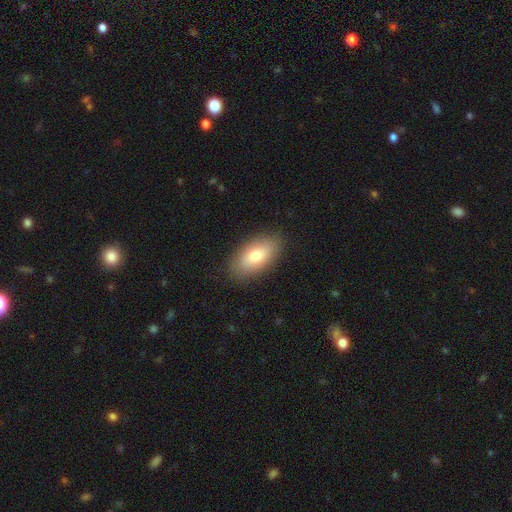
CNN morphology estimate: Q: Smooth or featured?
A: smooth (78%); runner-up: featured or disk (15%)
Q: How rounded?
A: in between (91%); runner-up: cigar-shaped (6%)
Q: Merging?
A: none (86%); runner-up: minor disturbance (10%)